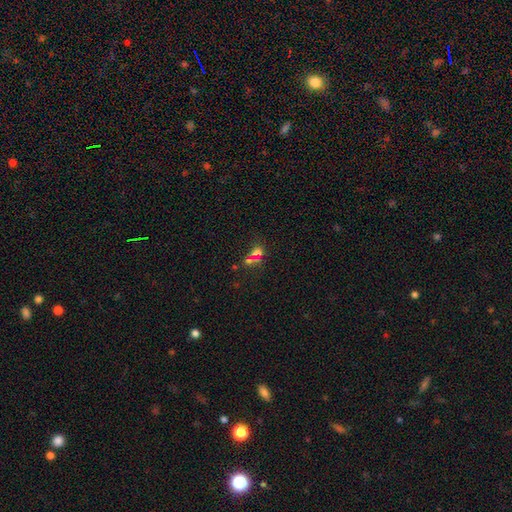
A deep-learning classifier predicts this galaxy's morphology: Q: Smooth or featured?
A: smooth (44%); runner-up: star or artifact (40%)
Q: Merging?
A: none (49%); runner-up: merger (34%)